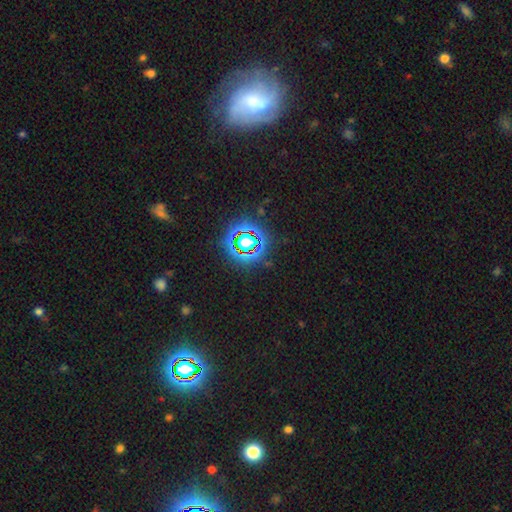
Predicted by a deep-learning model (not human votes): Morphology: type=star or artifact (67%).